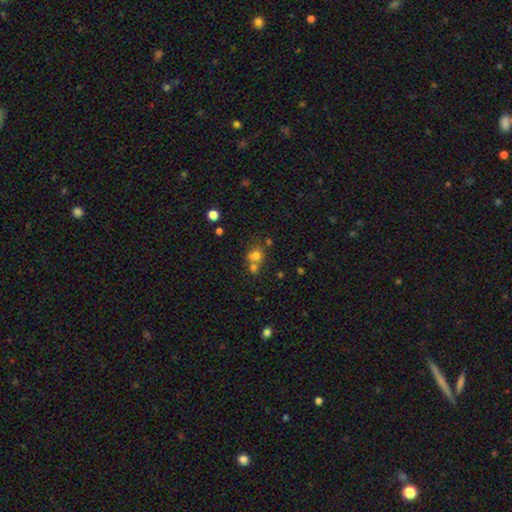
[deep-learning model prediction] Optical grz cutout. It shows a smooth galaxy with no disk features (72%) that is round (73%). Merging: merger (44%).